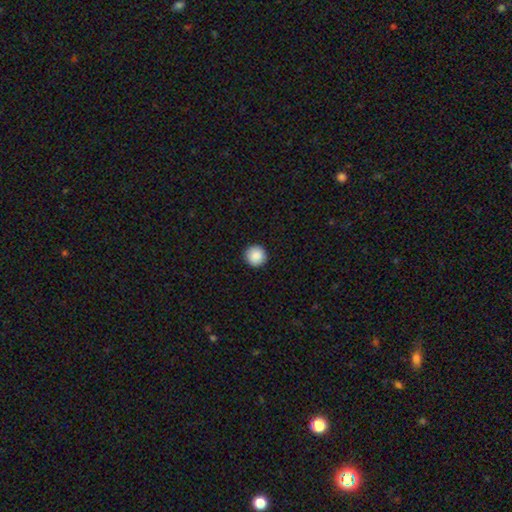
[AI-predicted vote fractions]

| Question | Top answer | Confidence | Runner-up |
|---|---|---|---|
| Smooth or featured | smooth | 89% | star or artifact (8%) |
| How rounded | round | 96% | in between (3%) |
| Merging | none | 93% | minor disturbance (4%) |